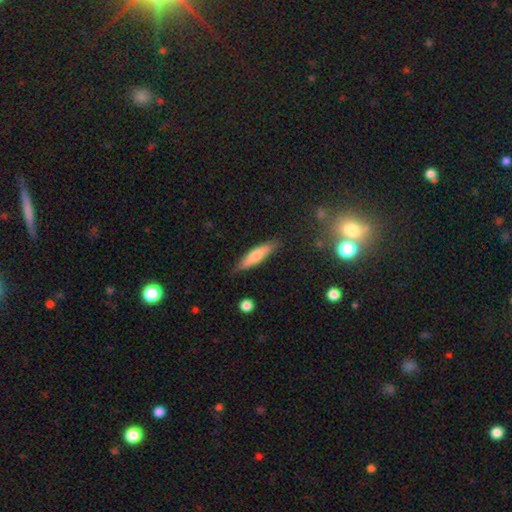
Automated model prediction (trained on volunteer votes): Smooth or featured? Predicted: smooth (p=0.70). How rounded? Predicted: cigar-shaped (p=0.74). Merging? Predicted: none (p=0.81).